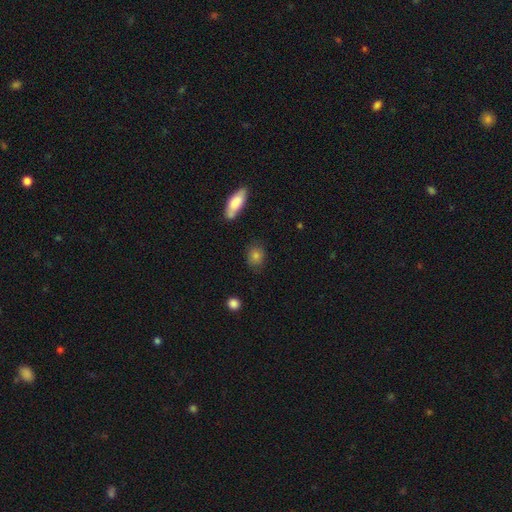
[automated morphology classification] type=smooth (83%); roundness=round (53%); merging=none (78%).